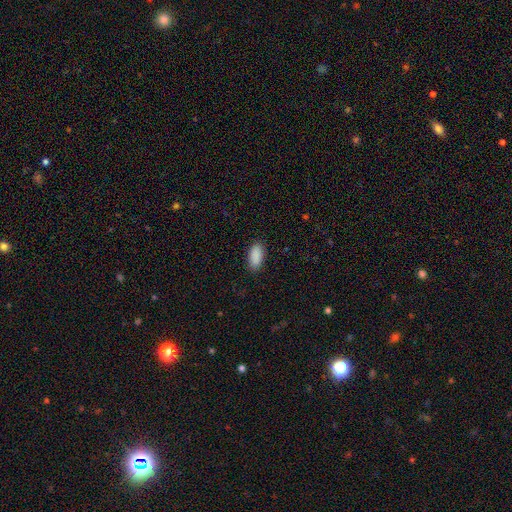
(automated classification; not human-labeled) Morphology: type=smooth (90%); roundness=in between (91%); merging=none (88%).